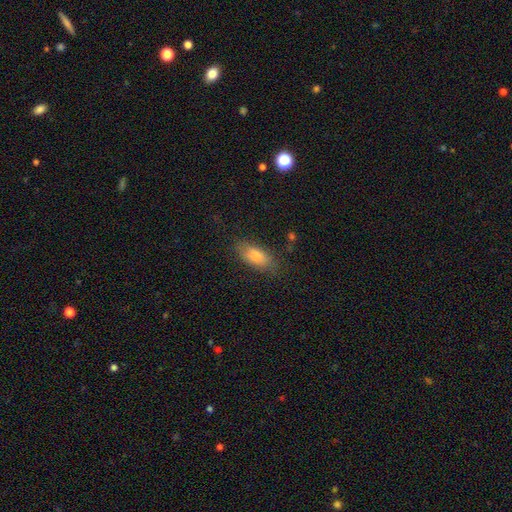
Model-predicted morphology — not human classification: Q: Smooth or featured?
A: smooth (78%); runner-up: featured or disk (13%)
Q: How rounded?
A: in between (81%); runner-up: cigar-shaped (16%)
Q: Merging?
A: none (78%); runner-up: minor disturbance (16%)